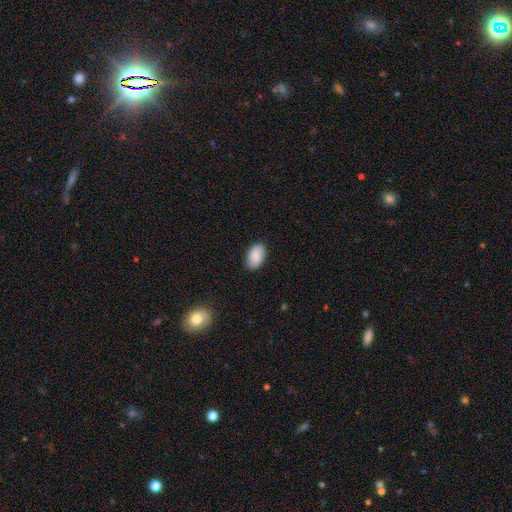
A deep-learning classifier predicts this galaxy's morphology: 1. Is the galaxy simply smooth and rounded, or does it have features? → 87% smooth, 7% featured or disk, 7% star or artifact.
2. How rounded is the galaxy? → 93% in between, 6% round, 1% cigar-shaped.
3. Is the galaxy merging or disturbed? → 86% none, 11% minor disturbance, 2% major disturbance, 1% merger.